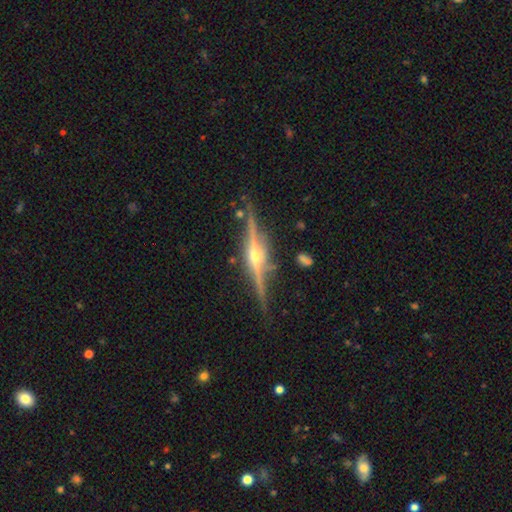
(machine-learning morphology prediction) This appears to be a featured or disk galaxy (88%) viewed edge-on (98%) with a rounded central bulge (93%). Merging: none (85%).